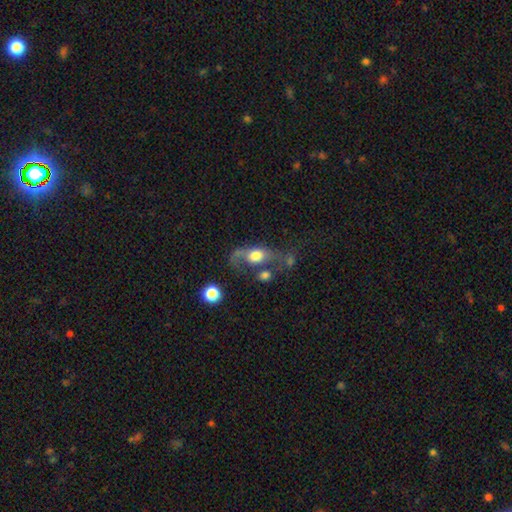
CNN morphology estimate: smooth 55%, featured or disk 35%, star or artifact 10%. Down the decision tree: how rounded — in between (69%); merging — major disturbance (33%).